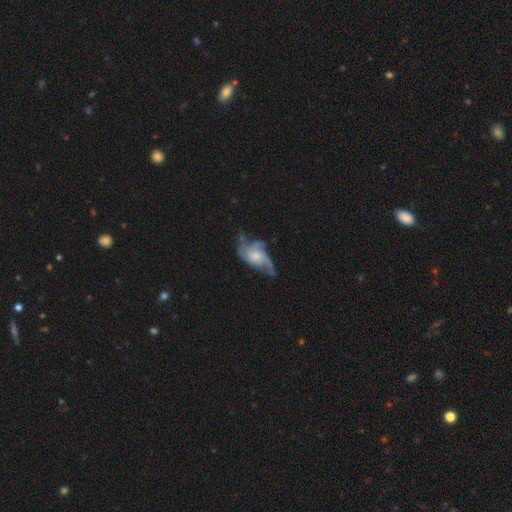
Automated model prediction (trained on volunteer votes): Smooth or featured: featured or disk — 79% (smooth — 15%)
Edge-on disk: no — 96% (yes — 4%)
Bar: no — 71% (weak — 25%)
Spiral arms: yes — 92% (no — 8%)
Spiral winding: loose — 44% (medium — 41%)
Spiral arm count: 3 — 44% (2 — 20%)
Bulge size: small — 48% (moderate — 36%)
Merging: none — 47% (major disturbance — 26%)